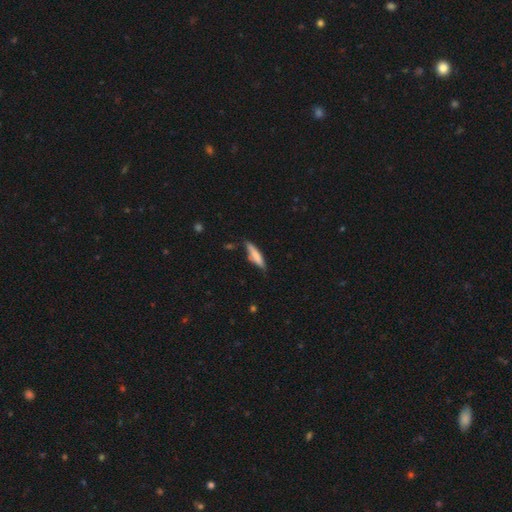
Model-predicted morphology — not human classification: This is likely a smooth galaxy (72%). How rounded: likely cigar-shaped (78%). Merging: likely none (71%).